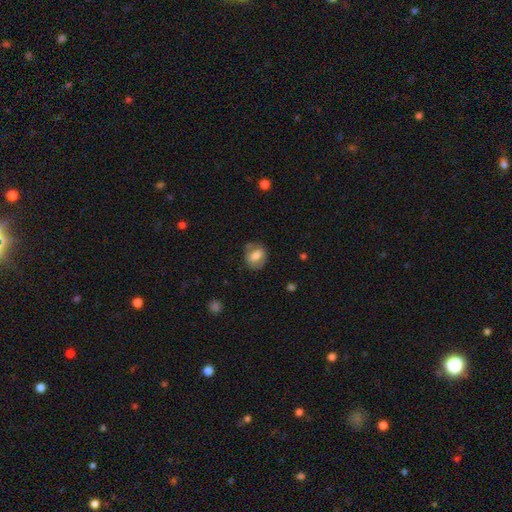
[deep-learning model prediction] smooth_or_featured: smooth (p=0.61) [alt: featured or disk p=0.31]
how_rounded: in between (p=0.55) [alt: round p=0.44]
merging: none (p=0.67) [alt: minor disturbance p=0.21]